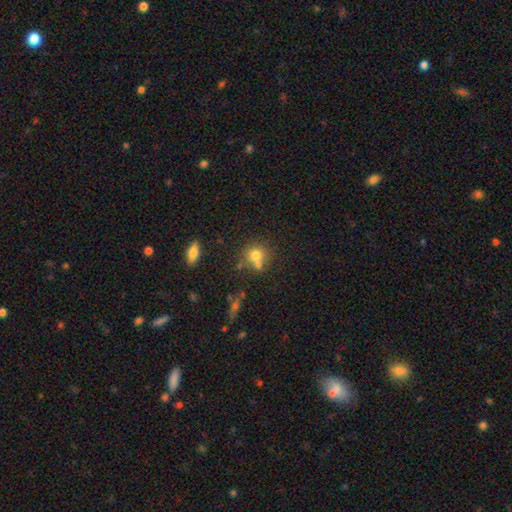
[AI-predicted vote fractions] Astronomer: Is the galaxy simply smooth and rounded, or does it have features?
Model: smooth — 72%.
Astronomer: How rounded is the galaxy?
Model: round — 83%.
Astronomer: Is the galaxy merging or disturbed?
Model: none — 51% (runner-up: merger, 35%).